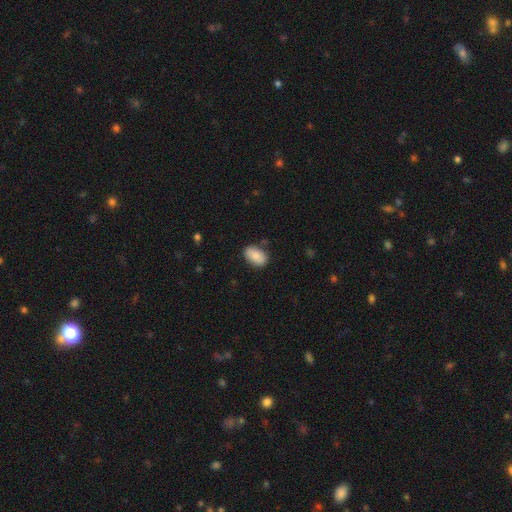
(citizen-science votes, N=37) smooth_or_featured: smooth (p=0.86) [alt: featured or disk p=0.11]
how_rounded: in between (p=0.81) [alt: round p=0.16]
merging: none (p=0.75) [alt: minor disturbance p=0.17]